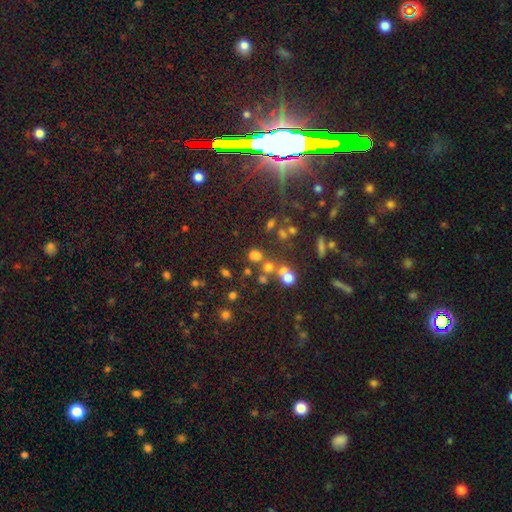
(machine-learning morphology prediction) Overall: smooth (57%; star or artifact 30%). How rounded: round (77%). Merging: none (60%; merger 25%).